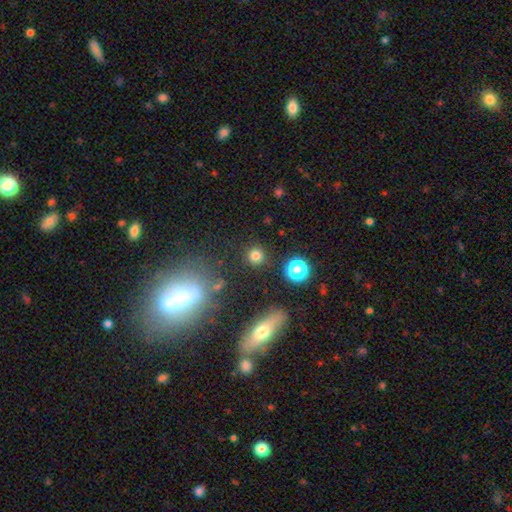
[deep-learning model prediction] smooth-or-featured: smooth: 79% | star or artifact: 16% | featured or disk: 6%
  how-rounded: round: 94% | in between: 5% | cigar-shaped: 1%
  merging: none: 89% | minor disturbance: 6% | major disturbance: 3% | merger: 3%